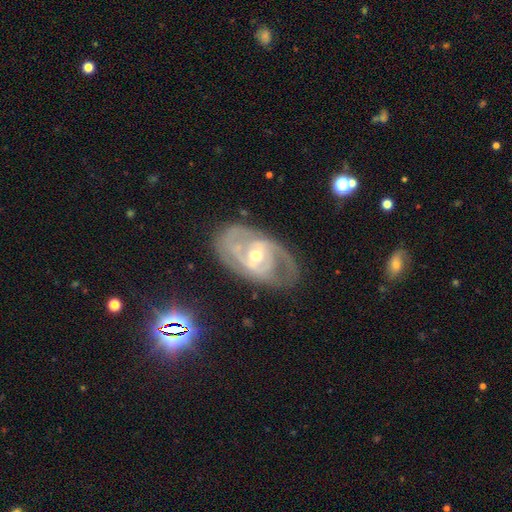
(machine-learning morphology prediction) type=featured or disk (87%); edge-on=no (96%); bar=weak (43%); spiral arms=yes (92%); winding=tight (53%); arm count=2 (51%); bulge=moderate (53%); merging=none (72%).